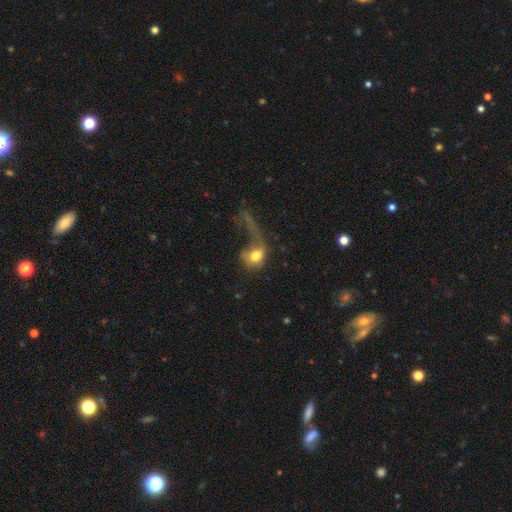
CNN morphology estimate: Smooth or featured? smooth (69%)
How rounded? in between (50%)
Merging? major disturbance (63%)